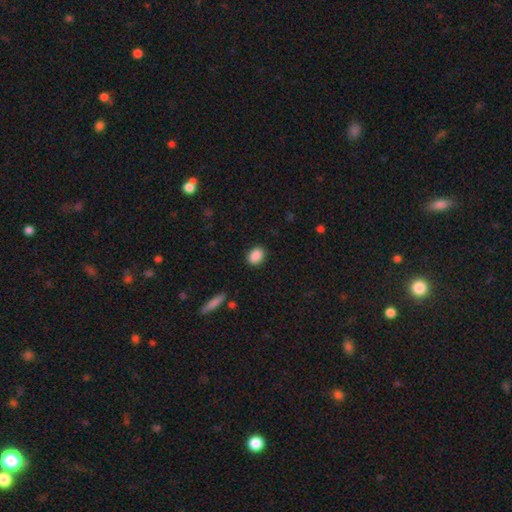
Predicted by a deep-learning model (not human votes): Overall: smooth (89%). How rounded: in between (64%; round 35%). Merging: none (88%).